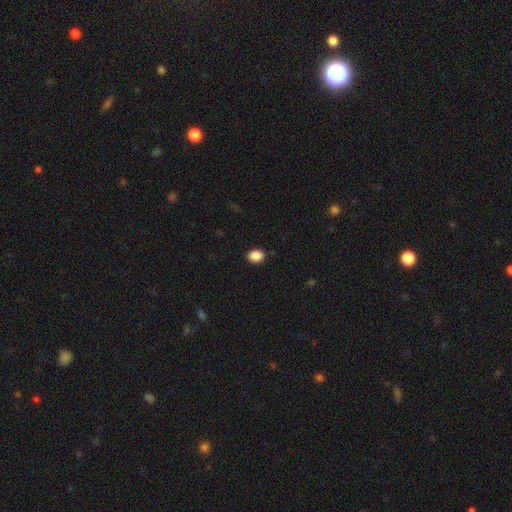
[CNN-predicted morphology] Smooth or featured? smooth (89%)
How rounded? in between (63%)
Merging? none (88%)